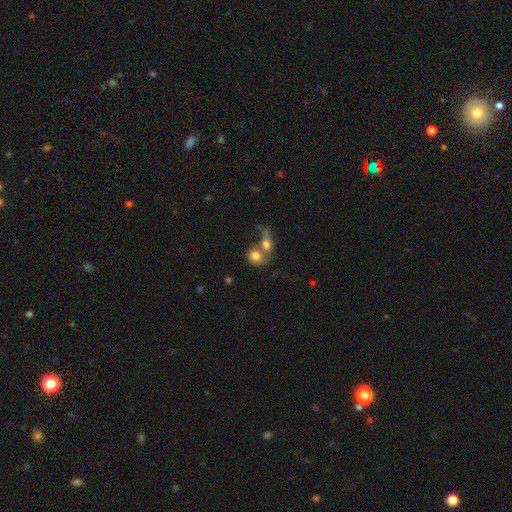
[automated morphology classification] smooth_or_featured: smooth (p=0.75) [alt: featured or disk p=0.16]
how_rounded: round (p=0.56) [alt: in between p=0.42]
merging: merger (p=0.66) [alt: none p=0.20]